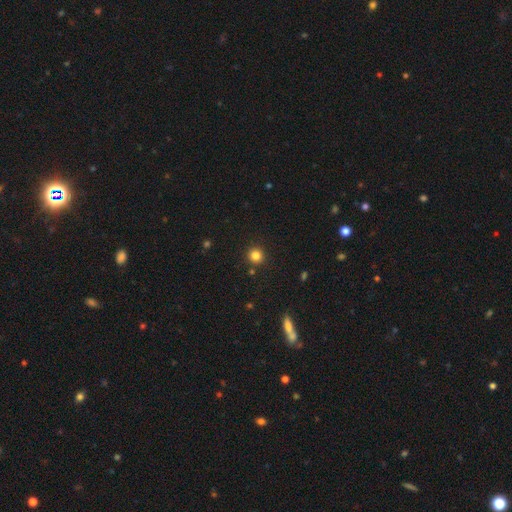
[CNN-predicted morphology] smooth-or-featured: smooth: 82% | star or artifact: 13% | featured or disk: 5%
  how-rounded: round: 94% | in between: 5% | cigar-shaped: 1%
  merging: none: 91% | minor disturbance: 5% | merger: 2% | major disturbance: 2%